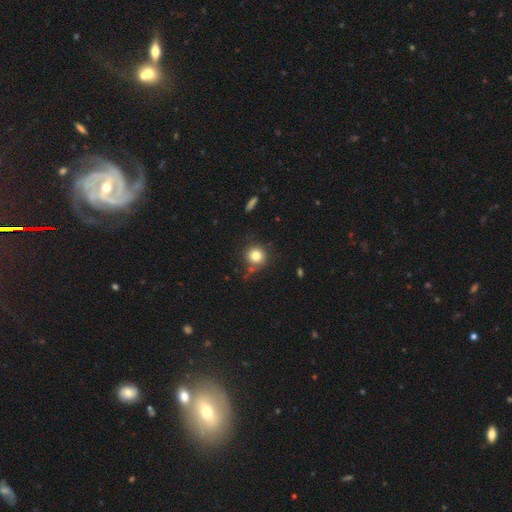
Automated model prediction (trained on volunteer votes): Overall: smooth (81%). How rounded: round (93%). Merging: none (78%).